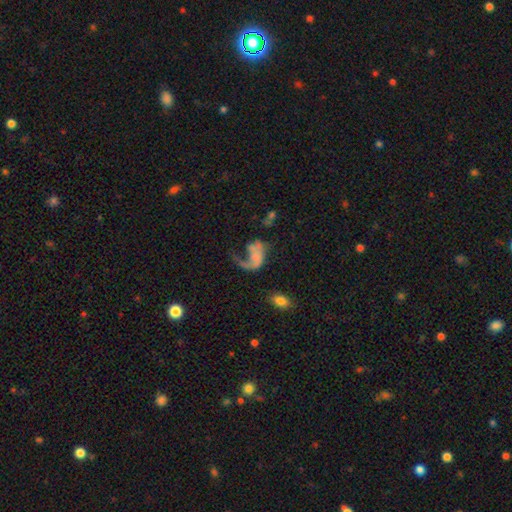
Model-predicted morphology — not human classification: smooth-or-featured: featured or disk: 59% | smooth: 31% | star or artifact: 10%
  disk-edge-on: no: 98% | yes: 2%
    bar: no: 80% | weak: 15% | strong: 4%
    has-spiral-arms: yes: 57% | no: 43%
    bulge-size: none: 70% | small: 15% | moderate: 8% | large: 4% | dominant: 2%
  merging: major disturbance: 55% | none: 22% | minor disturbance: 12% | merger: 11%